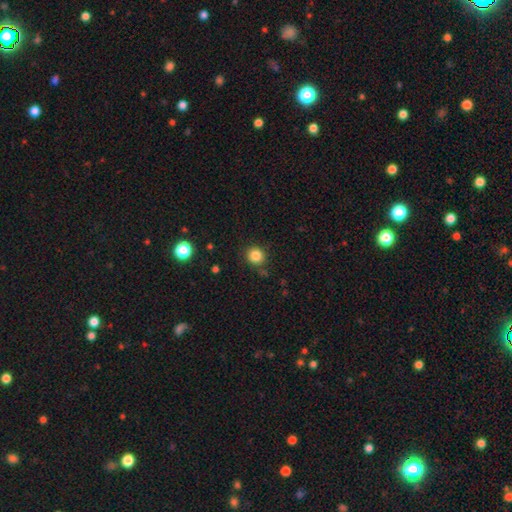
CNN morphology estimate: Smooth or featured?
  - smooth: 84% *
  - star or artifact: 12%
  - featured or disk: 4%
How rounded?
  - round: 91% *
  - in between: 8%
  - cigar-shaped: 1%
Merging?
  - none: 84% *
  - minor disturbance: 10%
  - merger: 3%
  - major disturbance: 3%